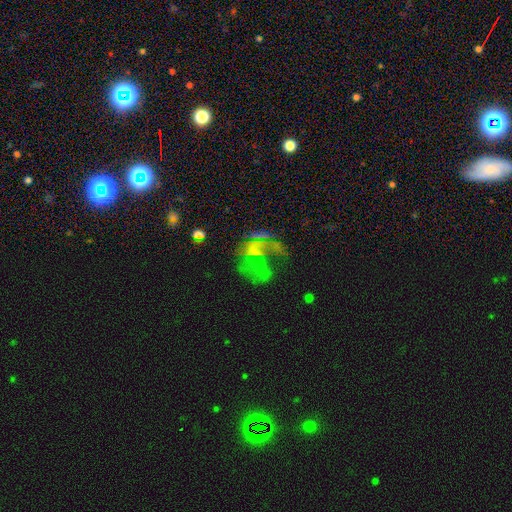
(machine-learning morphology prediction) A featured or disk galaxy (63%) with no bar (65%), spiral arms (56%) and a small central bulge (58%). Merging: major disturbance (46%).